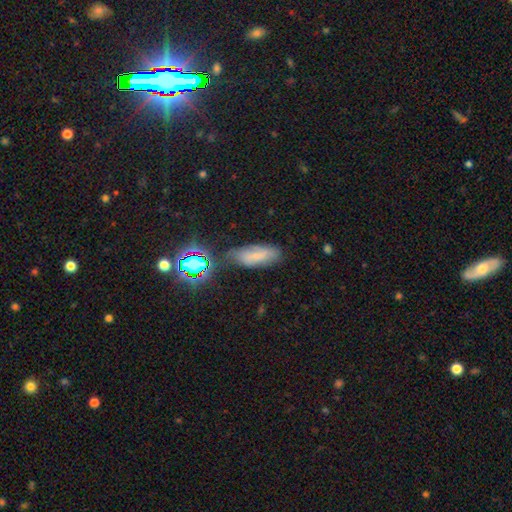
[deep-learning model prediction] The model was most divided on "smooth or featured": smooth: 57%, featured or disk: 24%, star or artifact: 20%. More confident: how rounded — in between (70%); merging — none (60%).